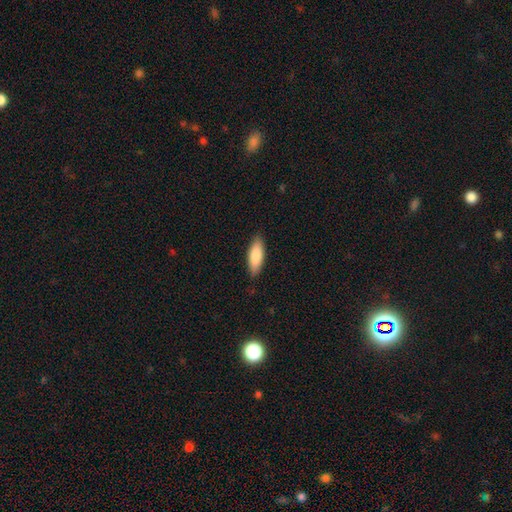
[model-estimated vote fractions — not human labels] Smooth or featured: smooth — 85% (featured or disk — 10%)
How rounded: in between — 63% (cigar-shaped — 36%)
Merging: none — 87% (minor disturbance — 10%)